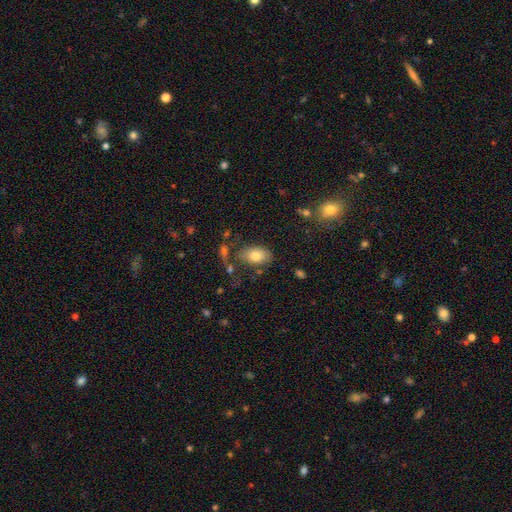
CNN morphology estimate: The model was most divided on "merging": none: 67%, minor disturbance: 18%, merger: 8%, major disturbance: 7%. More confident: how rounded — in between (91%); smooth or featured — smooth (78%).